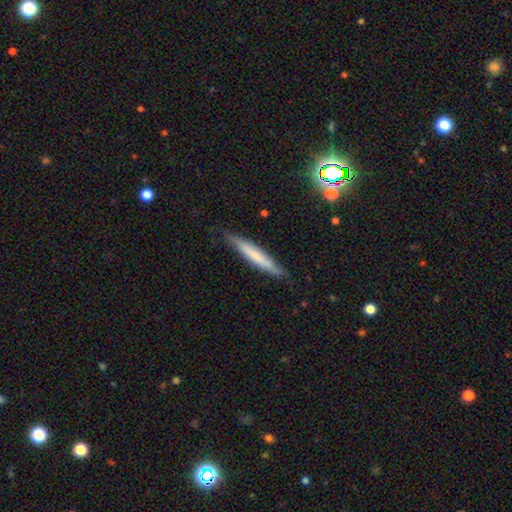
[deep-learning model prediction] Smooth or featured? Predicted: smooth (p=0.63). How rounded? Predicted: cigar-shaped (p=0.94). Merging? Predicted: none (p=0.84).